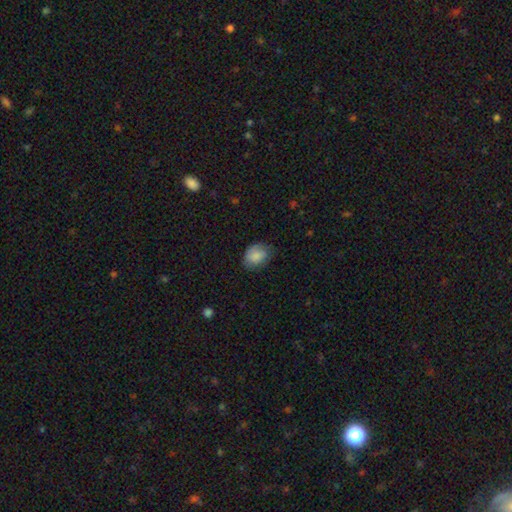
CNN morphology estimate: Overall: smooth (78%). How rounded: in between (69%; round 30%). Merging: none (62%; minor disturbance 28%).